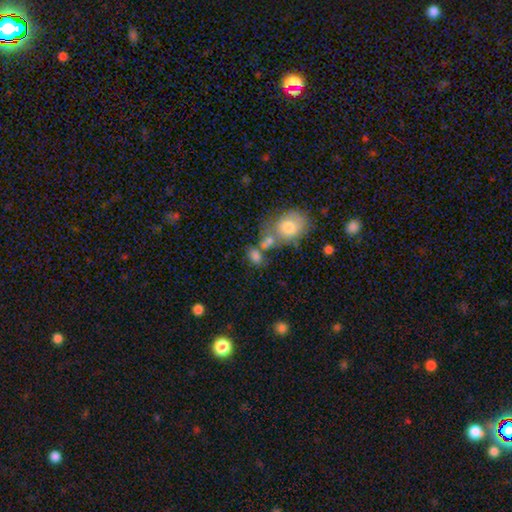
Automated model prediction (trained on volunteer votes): smooth-or-featured: smooth: 77% | star or artifact: 12% | featured or disk: 11%
  how-rounded: in between: 76% | round: 22% | cigar-shaped: 2%
  merging: none: 45% | merger: 34% | minor disturbance: 14% | major disturbance: 8%